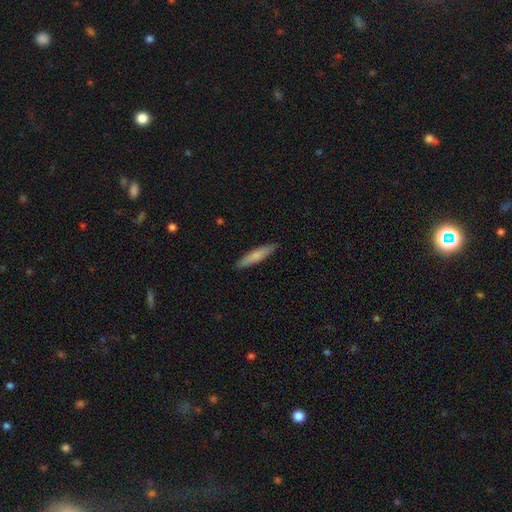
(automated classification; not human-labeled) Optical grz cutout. It shows a smooth galaxy with no disk features (74%) that is cigar-shaped (86%). Merging: none (89%).